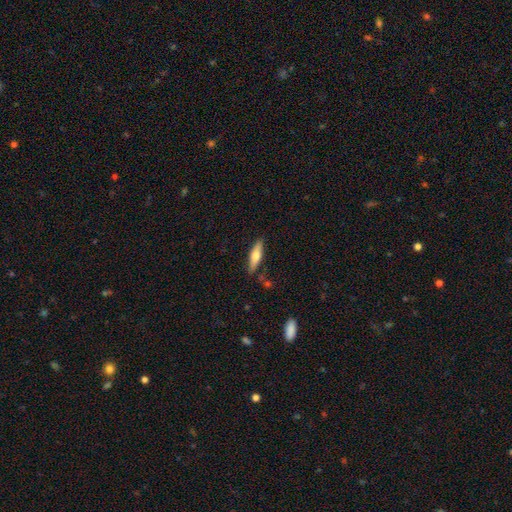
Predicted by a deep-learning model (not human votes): Smooth or featured? smooth (59%)
How rounded? cigar-shaped (67%)
Merging? none (82%)